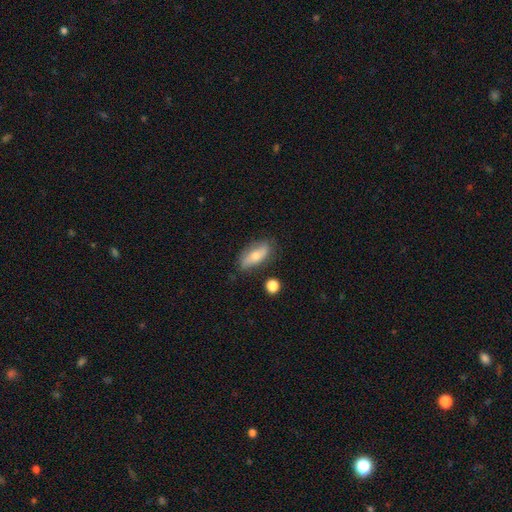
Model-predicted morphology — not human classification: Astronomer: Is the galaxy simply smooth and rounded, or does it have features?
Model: smooth — 48% (runner-up: featured or disk, 43%).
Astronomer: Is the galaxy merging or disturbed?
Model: none — 80%.